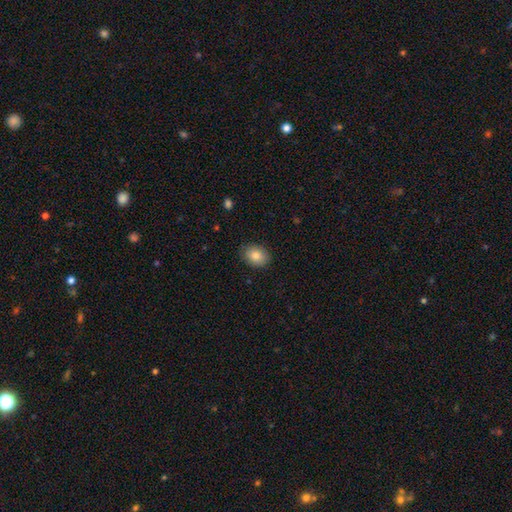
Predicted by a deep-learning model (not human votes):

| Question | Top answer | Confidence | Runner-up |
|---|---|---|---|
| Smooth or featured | smooth | 85% | star or artifact (8%) |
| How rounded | in between | 69% | round (30%) |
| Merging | none | 87% | minor disturbance (10%) |